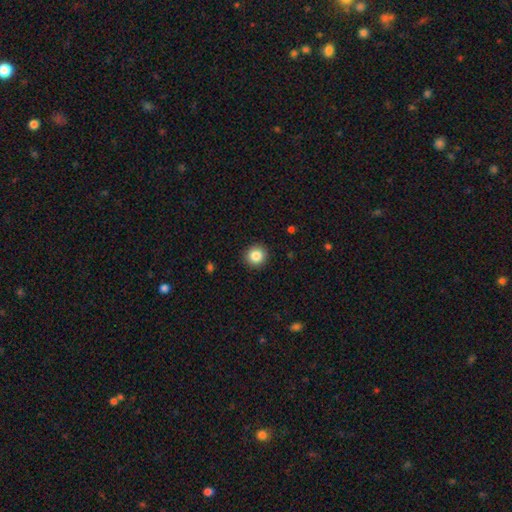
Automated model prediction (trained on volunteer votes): smooth_or_featured: smooth (p=0.86) [alt: star or artifact p=0.09]
how_rounded: round (p=0.93) [alt: in between p=0.06]
merging: none (p=0.92) [alt: minor disturbance p=0.06]